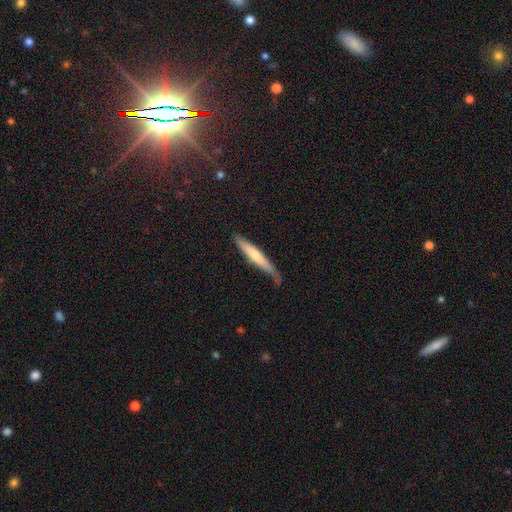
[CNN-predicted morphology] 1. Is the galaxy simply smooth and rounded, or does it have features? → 62% smooth, 33% featured or disk, 5% star or artifact.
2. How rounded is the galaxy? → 94% cigar-shaped, 5% in between, 1% round.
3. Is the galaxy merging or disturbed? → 66% none, 26% minor disturbance, 6% major disturbance, 3% merger.